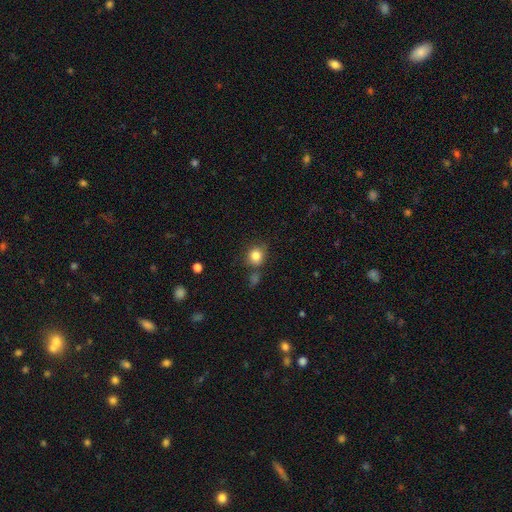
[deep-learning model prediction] This is clearly a smooth galaxy (83%). How rounded: clearly round (80%). Merging: likely none (71%).